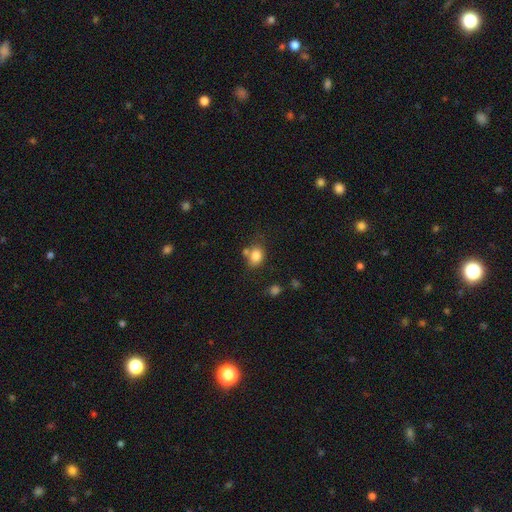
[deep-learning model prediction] Morphology: type=smooth (81%); roundness=in between (55%); merging=none (59%).